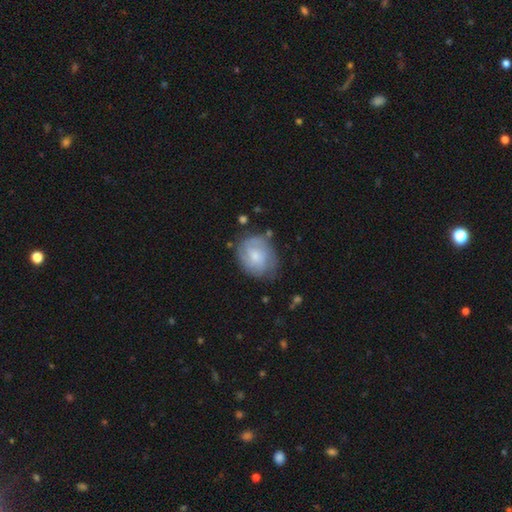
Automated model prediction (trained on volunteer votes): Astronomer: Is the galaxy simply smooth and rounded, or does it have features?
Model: featured or disk — 54% (runner-up: smooth, 39%).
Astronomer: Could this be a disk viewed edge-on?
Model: no — 97%.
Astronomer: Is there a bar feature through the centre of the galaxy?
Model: no — 63%.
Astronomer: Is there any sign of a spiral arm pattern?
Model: yes — 81%.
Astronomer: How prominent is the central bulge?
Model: small — 54% (runner-up: moderate, 36%).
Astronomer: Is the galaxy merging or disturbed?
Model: none — 66%.